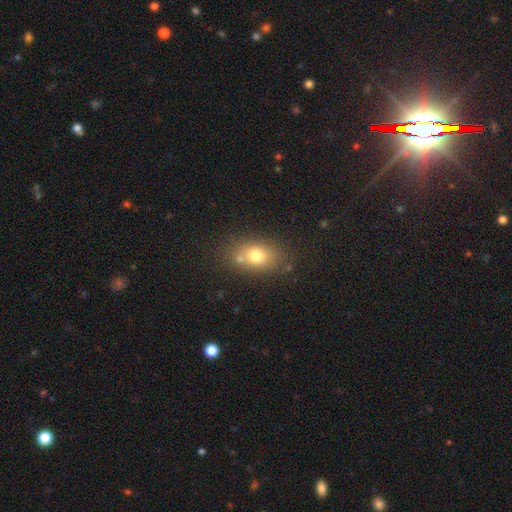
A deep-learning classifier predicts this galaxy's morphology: The model was most divided on "how rounded": in between: 70%, round: 28%, cigar-shaped: 2%. More confident: smooth or featured — smooth (74%); merging — none (65%).